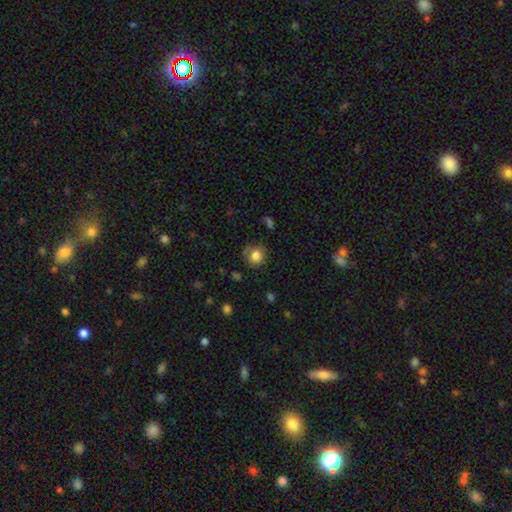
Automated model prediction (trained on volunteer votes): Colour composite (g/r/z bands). It shows a smooth galaxy with no disk features (80%) that is round (84%). Merging: none (70%).